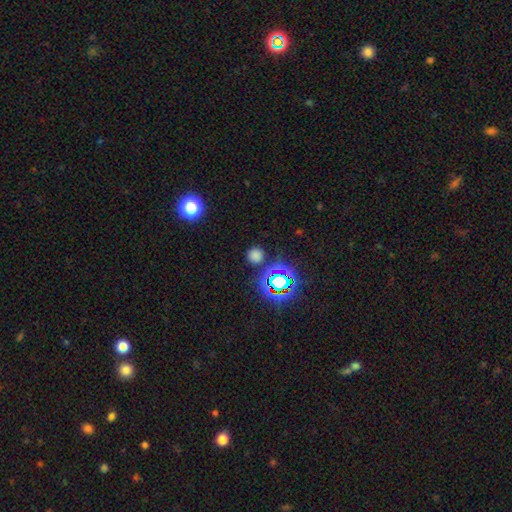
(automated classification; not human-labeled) This appears to be a smooth galaxy with no disk features (64%) that is round (91%). Merging: none (85%).